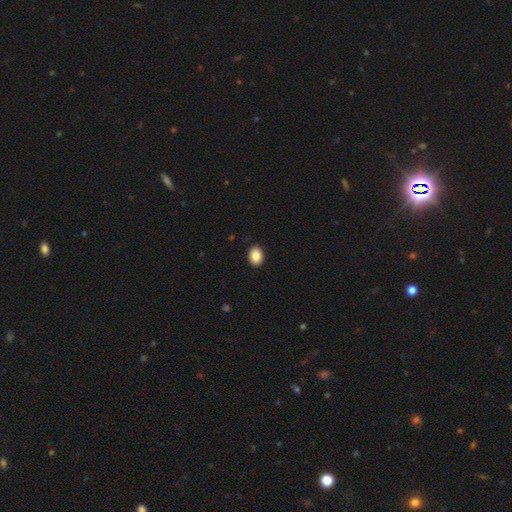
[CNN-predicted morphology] Smooth or featured? smooth (87%)
How rounded? in between (69%)
Merging? none (91%)